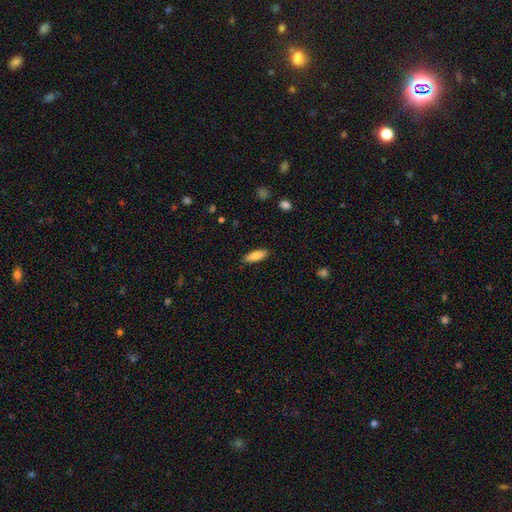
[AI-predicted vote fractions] Smooth or featured: smooth — 82% (featured or disk — 11%)
How rounded: in between — 64% (cigar-shaped — 34%)
Merging: none — 87% (minor disturbance — 10%)